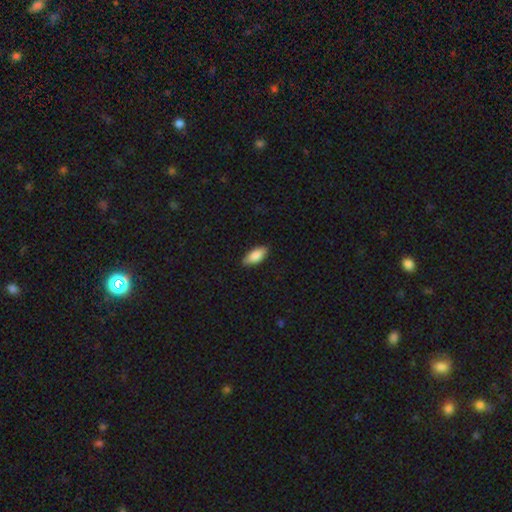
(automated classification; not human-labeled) Smooth or featured? smooth (85%)
How rounded? in between (88%)
Merging? none (85%)